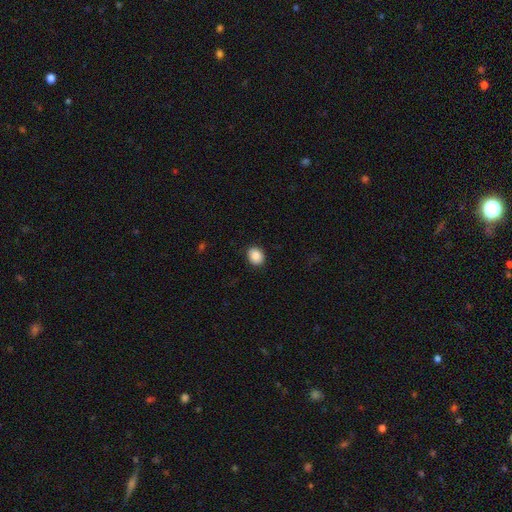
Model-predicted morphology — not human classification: type=smooth (89%); roundness=round (55%); merging=none (89%).